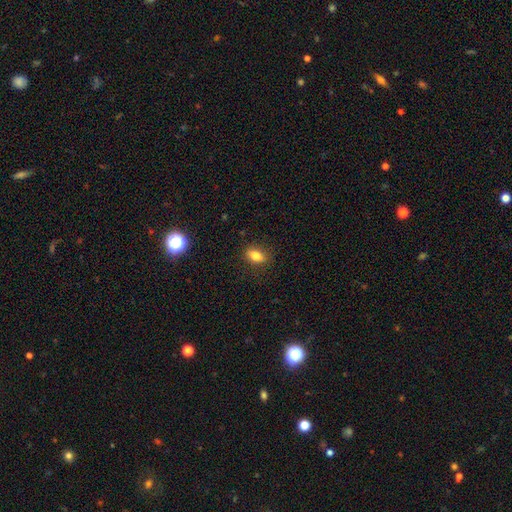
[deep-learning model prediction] This appears to be a smooth galaxy with no disk features (81%) that is in between round and cigar-shaped (80%). Merging: none (86%).